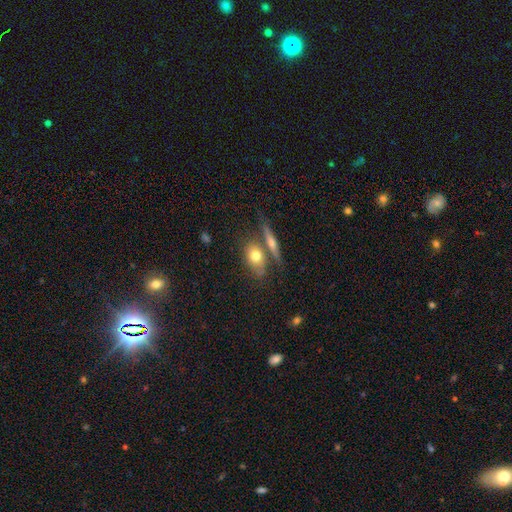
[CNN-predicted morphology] Smooth or featured?
  - smooth: 68% *
  - featured or disk: 24%
  - star or artifact: 8%
How rounded?
  - in between: 66% *
  - round: 24%
  - cigar-shaped: 10%
Merging?
  - none: 51% *
  - merger: 30%
  - minor disturbance: 14%
  - major disturbance: 5%